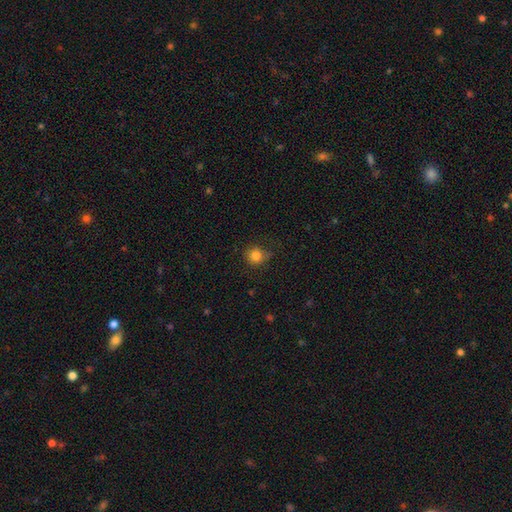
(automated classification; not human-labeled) The model was most divided on "merging": none: 74%, minor disturbance: 19%, major disturbance: 6%, merger: 1%. More confident: how rounded — round (90%); smooth or featured — smooth (83%).